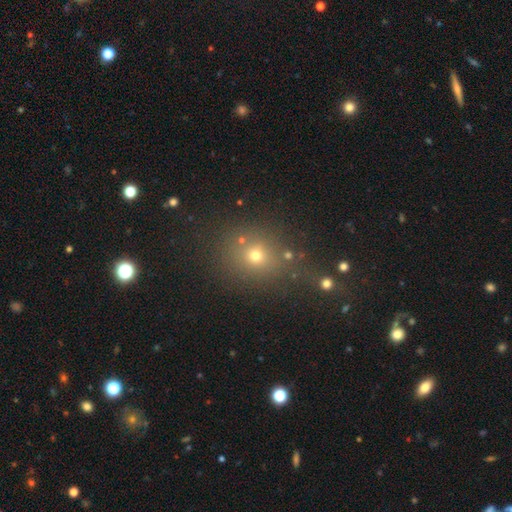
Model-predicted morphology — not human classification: Smooth or featured: smooth — 63% (star or artifact — 26%)
How rounded: round — 77% (in between — 22%)
Merging: none — 70% (minor disturbance — 12%)